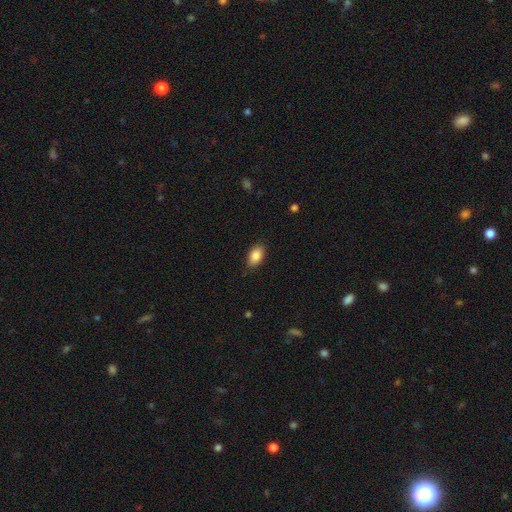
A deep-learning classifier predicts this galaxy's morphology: This appears to be a smooth galaxy with no disk features (87%) that is in between round and cigar-shaped (91%). Merging: none (84%).